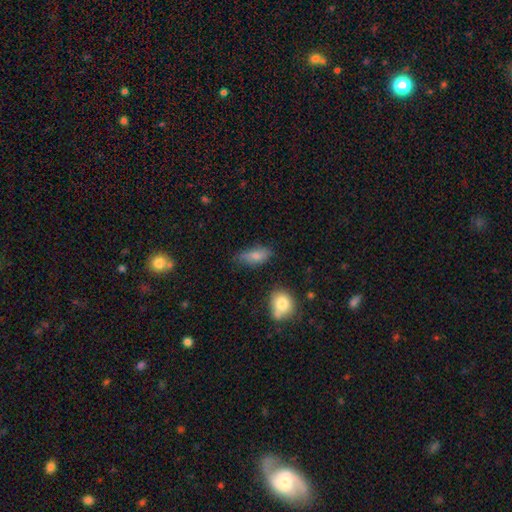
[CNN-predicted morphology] smooth 78%, featured or disk 14%, star or artifact 9%. Down the decision tree: how rounded — in between (82%); merging — none (60%).